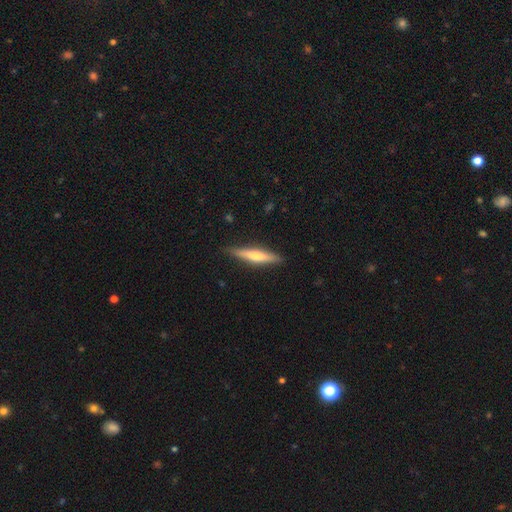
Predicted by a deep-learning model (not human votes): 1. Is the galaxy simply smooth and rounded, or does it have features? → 50% smooth, 45% featured or disk, 6% star or artifact.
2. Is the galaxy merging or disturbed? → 87% none, 10% minor disturbance, 2% major disturbance, 1% merger.